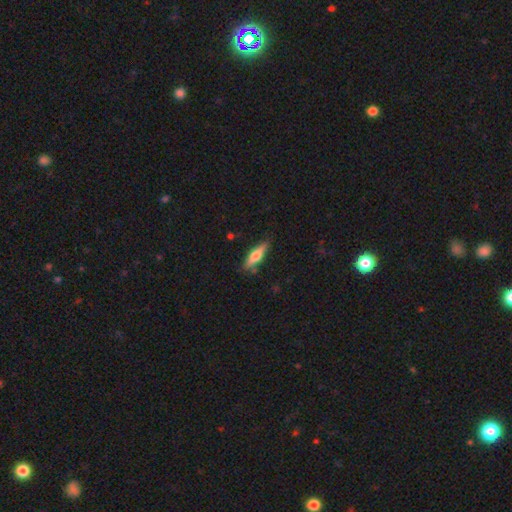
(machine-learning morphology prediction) Q: Smooth or featured?
A: smooth (58%); runner-up: featured or disk (36%)
Q: How rounded?
A: cigar-shaped (67%); runner-up: in between (31%)
Q: Merging?
A: none (83%); runner-up: minor disturbance (12%)